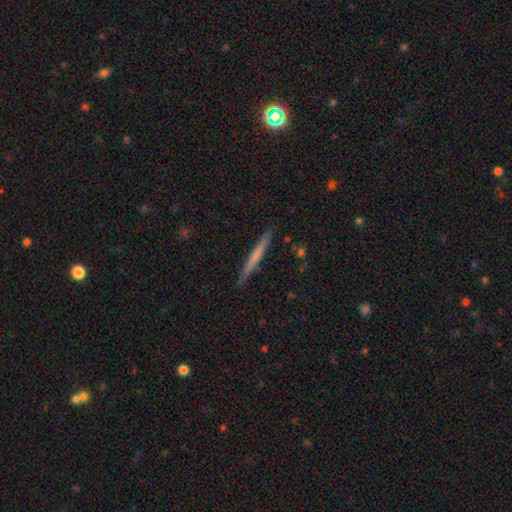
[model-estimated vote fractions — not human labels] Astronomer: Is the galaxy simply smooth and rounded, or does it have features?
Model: smooth — 52% (runner-up: featured or disk, 42%).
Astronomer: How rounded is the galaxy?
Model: cigar-shaped — 97%.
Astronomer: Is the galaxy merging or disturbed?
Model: none — 91%.